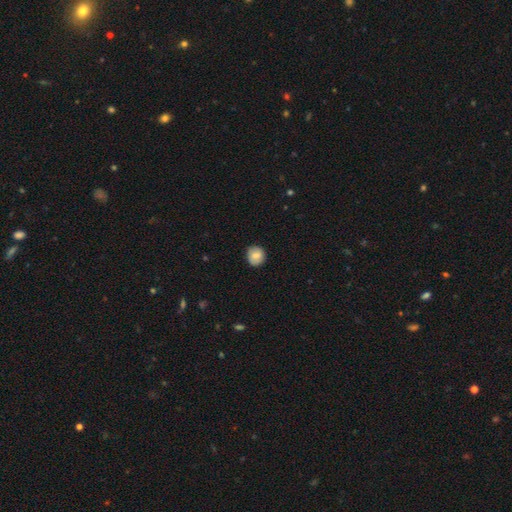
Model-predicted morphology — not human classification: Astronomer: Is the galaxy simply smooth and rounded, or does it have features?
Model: smooth — 77%.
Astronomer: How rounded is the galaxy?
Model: round — 86%.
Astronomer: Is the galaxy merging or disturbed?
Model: none — 86%.